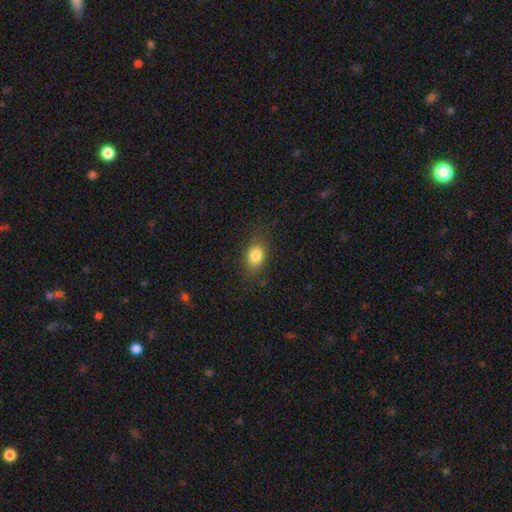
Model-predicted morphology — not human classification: Overall: smooth (82%). How rounded: in between (73%). Merging: none (79%).